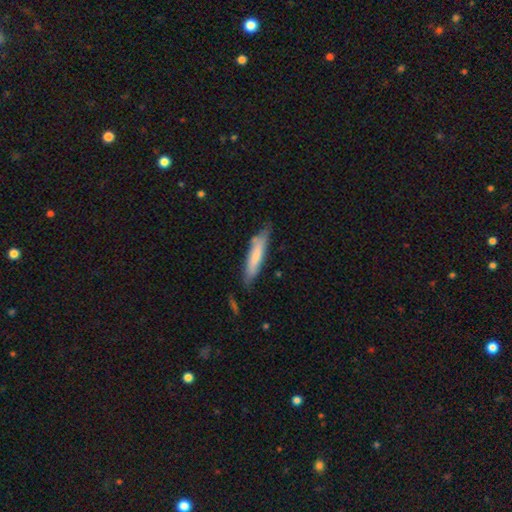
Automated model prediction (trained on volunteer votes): Morphology: type=smooth (72%); roundness=cigar-shaped (84%); merging=none (70%).